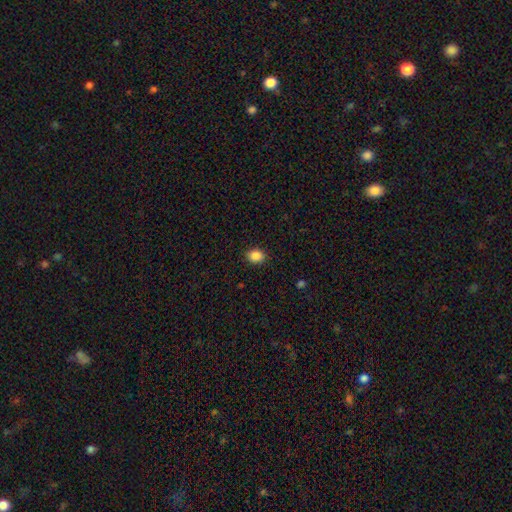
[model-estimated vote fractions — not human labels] smooth-or-featured: smooth: 87% | star or artifact: 9% | featured or disk: 3%
  how-rounded: in between: 58% | round: 41% | cigar-shaped: 1%
  merging: none: 89% | minor disturbance: 8% | major disturbance: 2% | merger: 1%